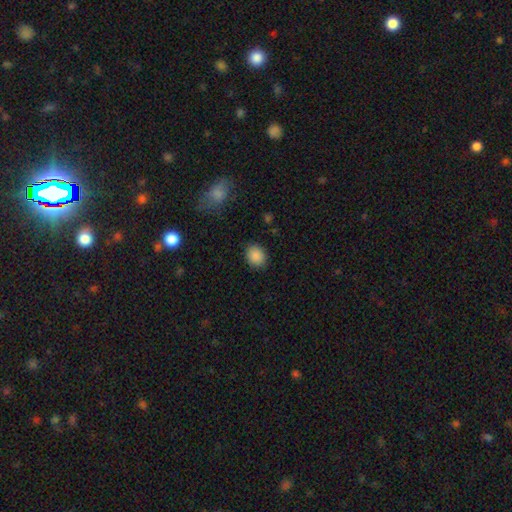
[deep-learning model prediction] This appears to be a smooth galaxy with no disk features (88%) that is round (61%). Merging: none (87%).